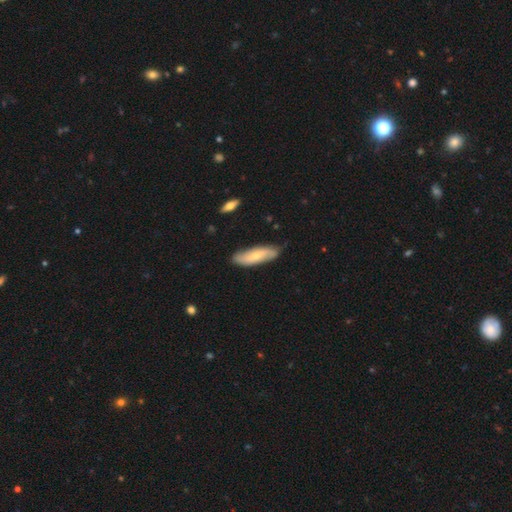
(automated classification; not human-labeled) smooth-or-featured: smooth: 50% | featured or disk: 44% | star or artifact: 6%
  how-rounded: cigar-shaped: 50% | in between: 47% | round: 2%
  merging: none: 76% | minor disturbance: 20% | major disturbance: 3% | merger: 2%